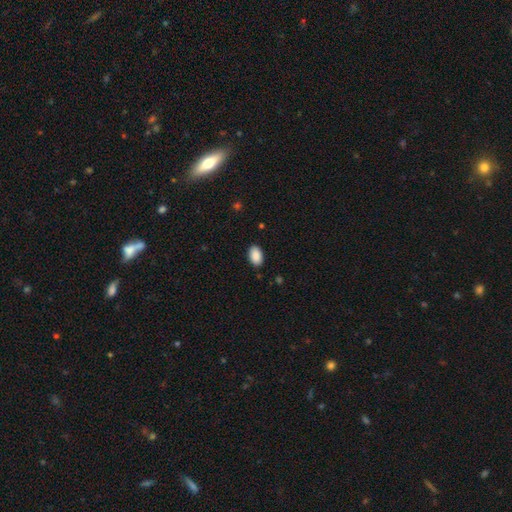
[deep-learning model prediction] This is clearly a smooth galaxy (90%). How rounded: clearly in between (93%). Merging: clearly none (88%).